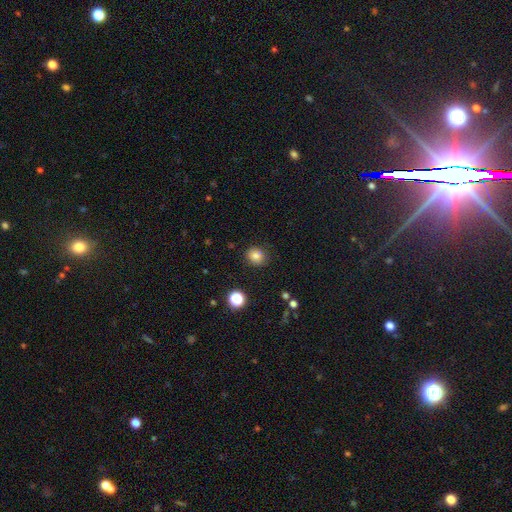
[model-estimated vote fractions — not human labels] A smooth galaxy with no disk features (81%) that is round (79%). Merging: none (86%).